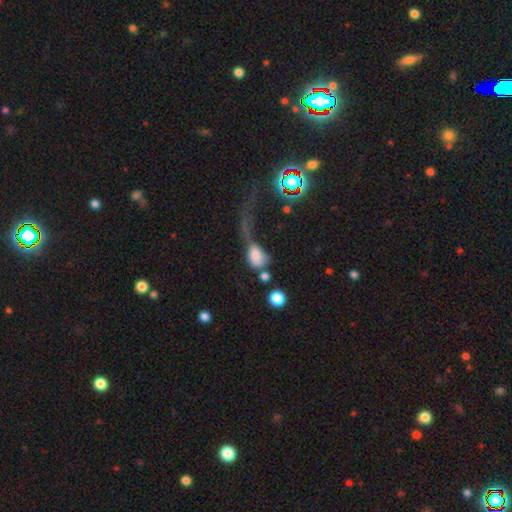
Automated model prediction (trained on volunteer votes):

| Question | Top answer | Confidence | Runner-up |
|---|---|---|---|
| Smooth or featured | smooth | 69% | featured or disk (20%) |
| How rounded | in between | 68% | round (28%) |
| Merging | major disturbance | 52% | merger (20%) |